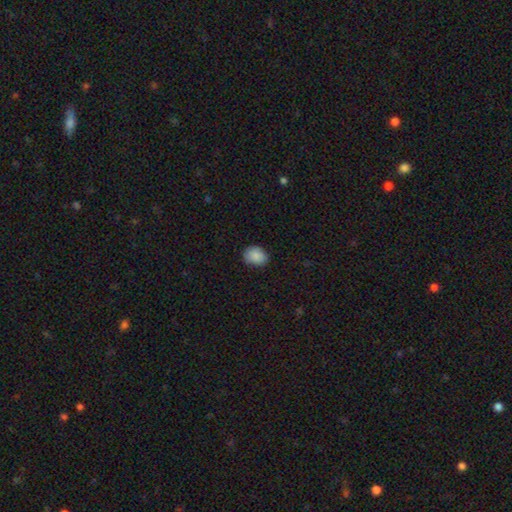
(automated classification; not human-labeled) smooth_or_featured: smooth (p=0.88) [alt: star or artifact p=0.08]
how_rounded: in between (p=0.56) [alt: round p=0.43]
merging: none (p=0.80) [alt: minor disturbance p=0.16]